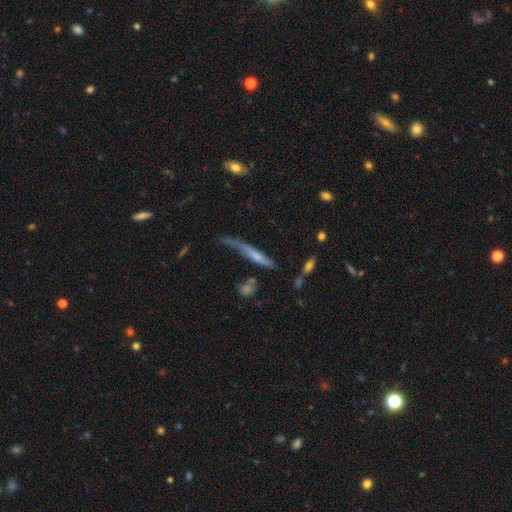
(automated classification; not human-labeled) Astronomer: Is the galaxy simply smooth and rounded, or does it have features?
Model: smooth — 47% (runner-up: featured or disk, 44%).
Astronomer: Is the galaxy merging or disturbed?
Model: none — 35% (runner-up: minor disturbance, 30%).